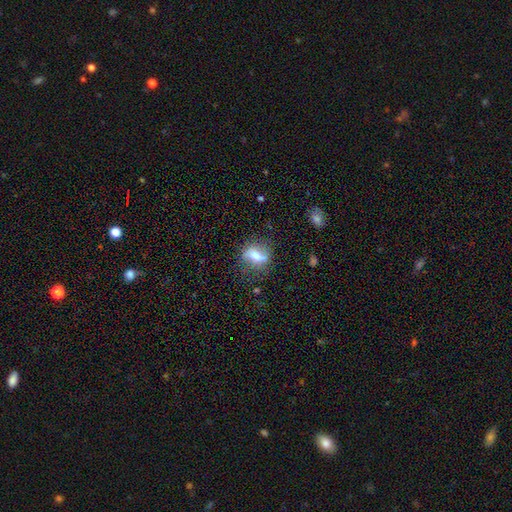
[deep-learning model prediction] Smooth or featured: featured or disk — 48% (smooth — 42%)
Merging: none — 66% (minor disturbance — 19%)